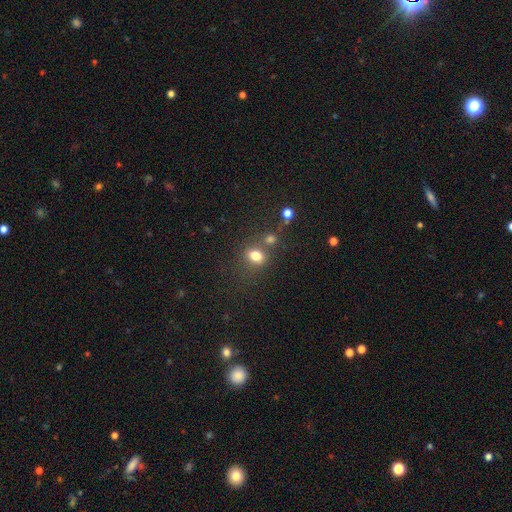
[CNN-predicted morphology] Smooth or featured? smooth (77%)
How rounded? in between (55%)
Merging? none (54%)